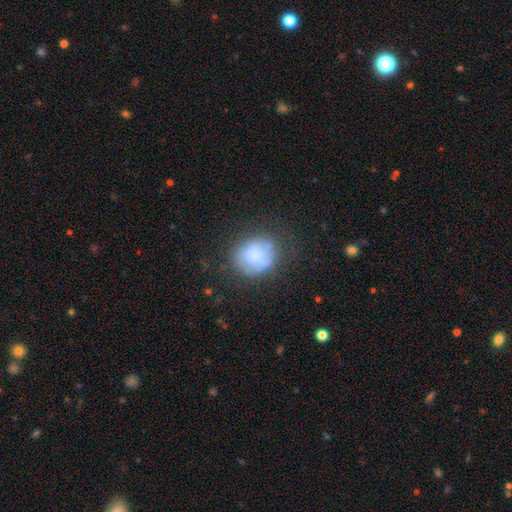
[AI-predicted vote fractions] Smooth or featured?
  - smooth: 61% *
  - featured or disk: 29%
  - star or artifact: 10%
How rounded?
  - round: 69% *
  - in between: 30%
  - cigar-shaped: 1%
Merging?
  - none: 56% *
  - minor disturbance: 25%
  - major disturbance: 14%
  - merger: 5%